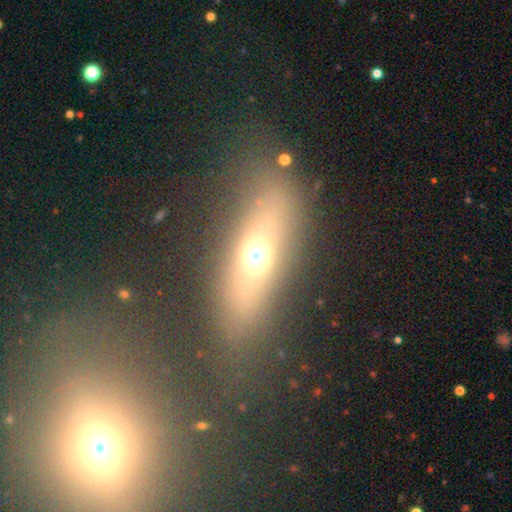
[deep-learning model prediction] Overall: smooth (55%; featured or disk 29%). How rounded: in between (58%; cigar-shaped 29%). Merging: none (75%).